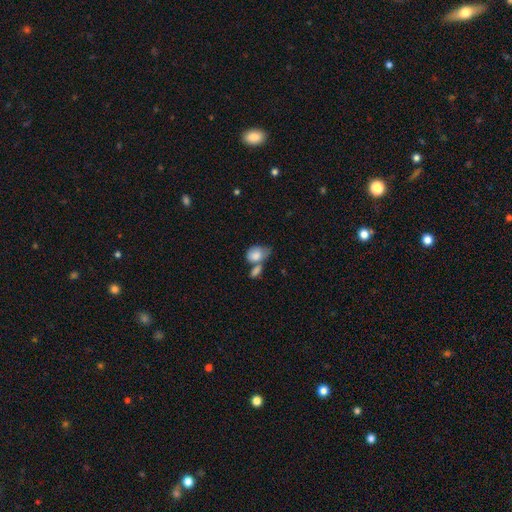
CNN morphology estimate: type=smooth (81%); roundness=in between (71%); merging=merger (48%).